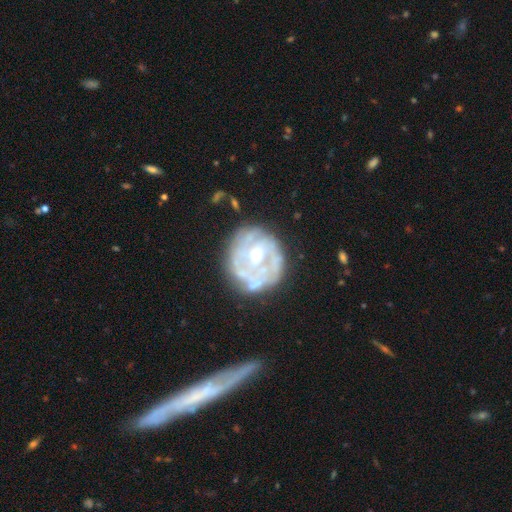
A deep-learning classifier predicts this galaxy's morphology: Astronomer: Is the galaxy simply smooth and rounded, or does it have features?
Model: featured or disk — 72%.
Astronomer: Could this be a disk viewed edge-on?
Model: no — 98%.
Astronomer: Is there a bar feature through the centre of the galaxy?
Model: no — 72%.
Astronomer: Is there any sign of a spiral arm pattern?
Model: no — 56% (runner-up: yes, 44%).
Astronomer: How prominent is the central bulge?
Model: moderate — 52% (runner-up: small, 34%).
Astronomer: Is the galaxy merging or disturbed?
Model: none — 60%.